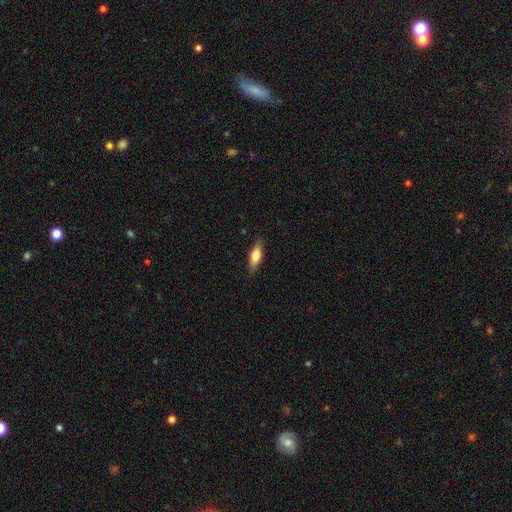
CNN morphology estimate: Overall: smooth (67%). How rounded: in between (61%; cigar-shaped 36%). Merging: none (85%).